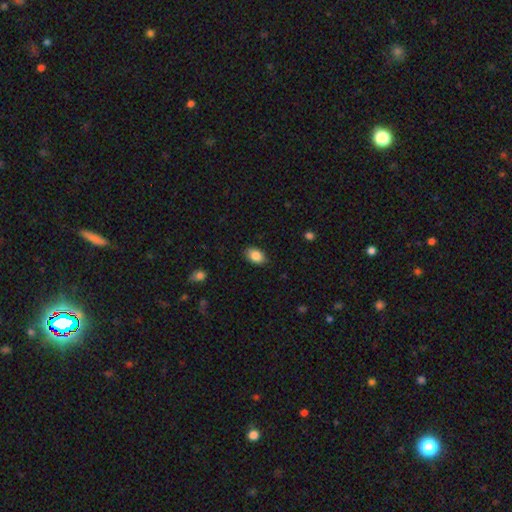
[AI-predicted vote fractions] Smooth or featured? Predicted: smooth (p=0.86). How rounded? Predicted: in between (p=0.86). Merging? Predicted: none (p=0.87).